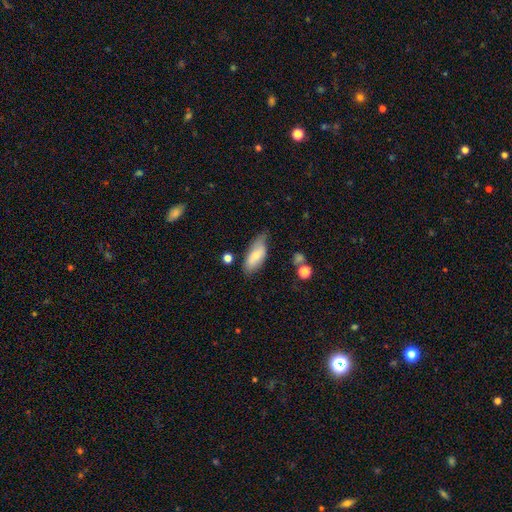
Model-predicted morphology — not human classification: Smooth or featured: smooth — 69% (featured or disk — 24%)
How rounded: in between — 83% (cigar-shaped — 14%)
Merging: none — 61% (minor disturbance — 29%)